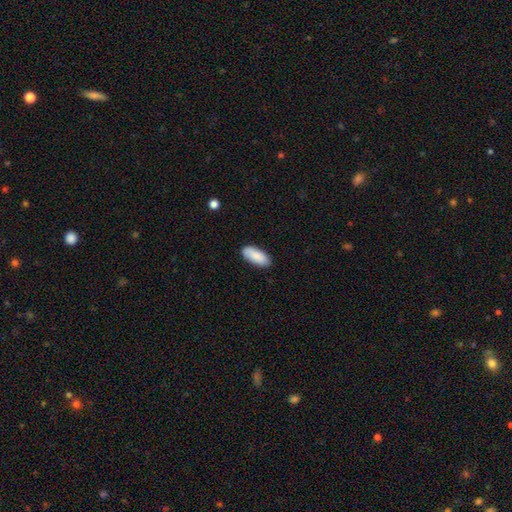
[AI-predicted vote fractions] Smooth or featured? smooth (88%)
How rounded? in between (86%)
Merging? none (87%)